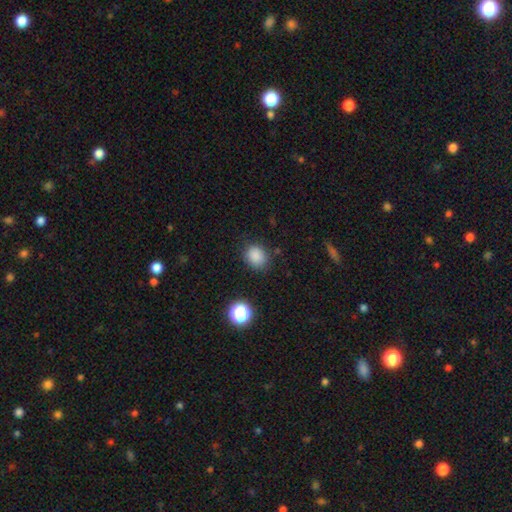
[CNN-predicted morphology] Smooth or featured? smooth (84%)
How rounded? round (65%)
Merging? none (82%)